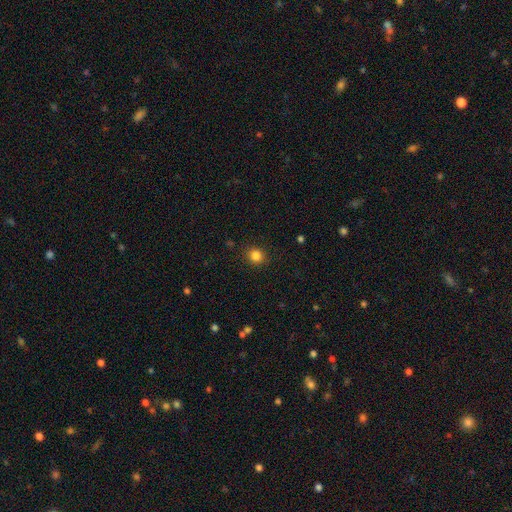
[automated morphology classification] Smooth or featured? Predicted: smooth (p=0.84). How rounded? Predicted: round (p=0.82). Merging? Predicted: none (p=0.89).